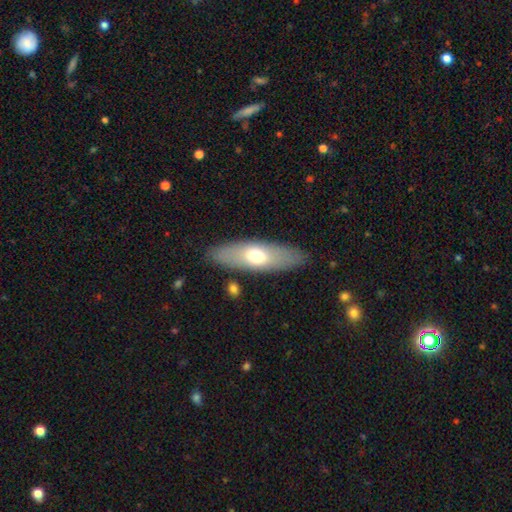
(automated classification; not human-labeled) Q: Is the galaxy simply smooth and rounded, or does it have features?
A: smooth — 61%.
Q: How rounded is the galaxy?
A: in between — 57%.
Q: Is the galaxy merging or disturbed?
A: none — 85%.